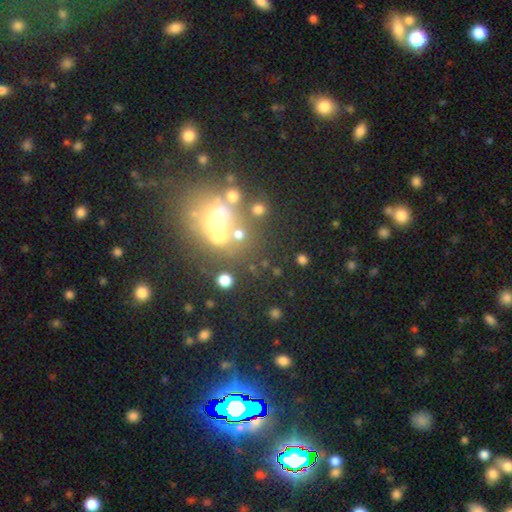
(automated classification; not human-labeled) Smooth or featured? Predicted: star or artifact (p=0.54).